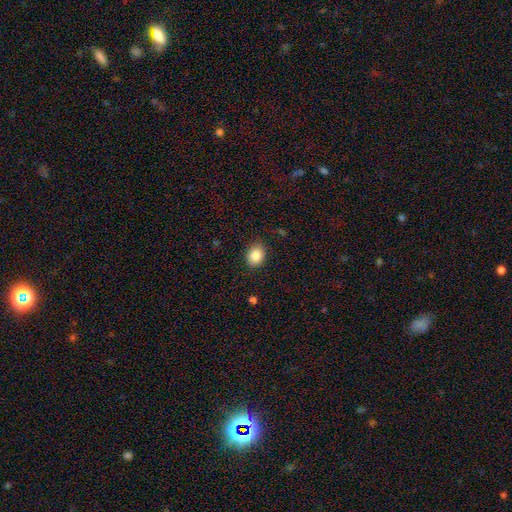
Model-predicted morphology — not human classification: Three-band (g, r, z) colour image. It shows a smooth galaxy with no disk features (85%) that is in between round and cigar-shaped (54%). Merging: none (86%).